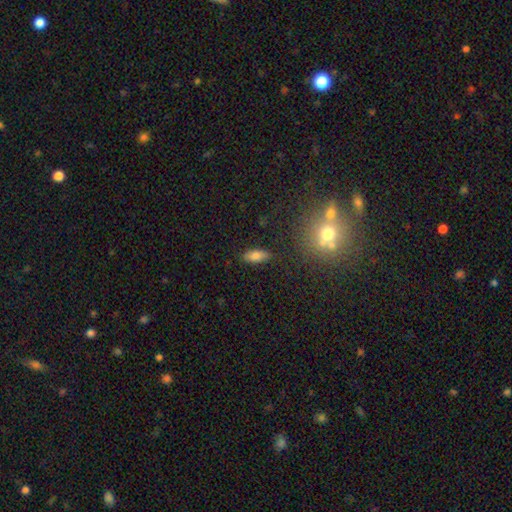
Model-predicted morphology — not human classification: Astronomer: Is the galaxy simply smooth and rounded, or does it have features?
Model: smooth — 78%.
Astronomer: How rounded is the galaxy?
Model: in between — 84%.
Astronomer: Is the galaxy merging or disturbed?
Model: none — 85%.